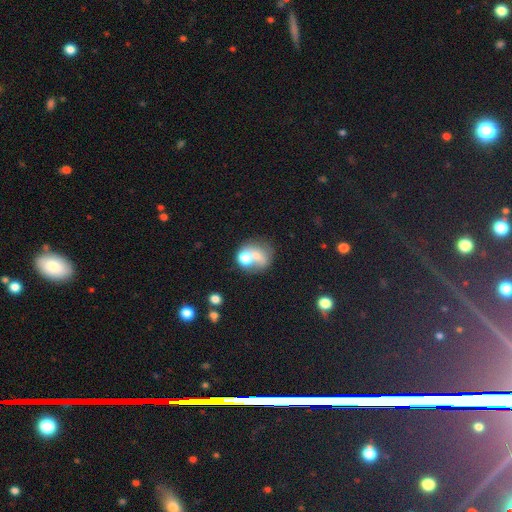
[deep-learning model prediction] smooth 62%, featured or disk 27%, star or artifact 11%. Down the decision tree: how rounded — round (66%); merging — merger (56%).